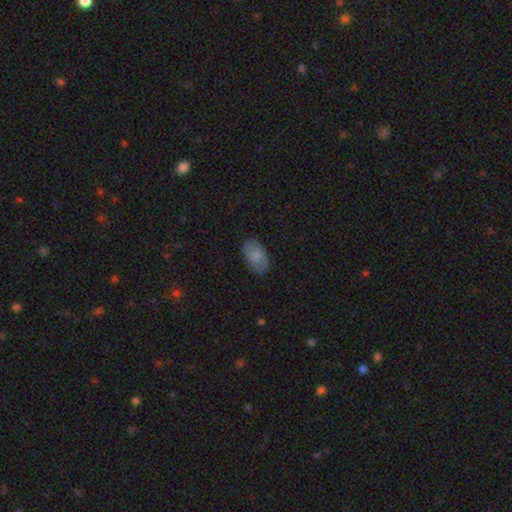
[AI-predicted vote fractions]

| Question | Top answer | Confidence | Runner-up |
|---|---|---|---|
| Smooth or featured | smooth | 76% | featured or disk (16%) |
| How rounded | in between | 93% | round (5%) |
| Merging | none | 79% | minor disturbance (16%) |